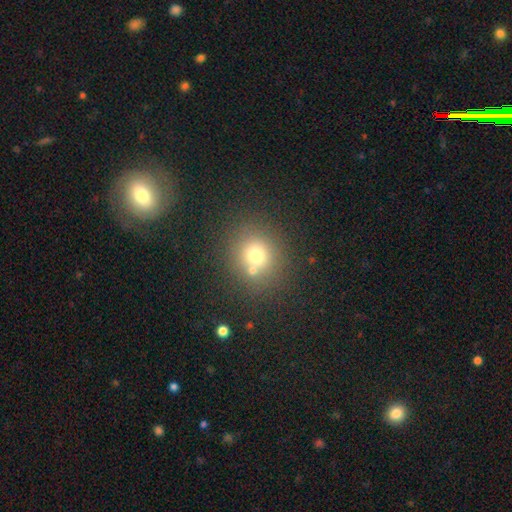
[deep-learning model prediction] Morphology: type=smooth (70%); roundness=round (87%); merging=none (70%).